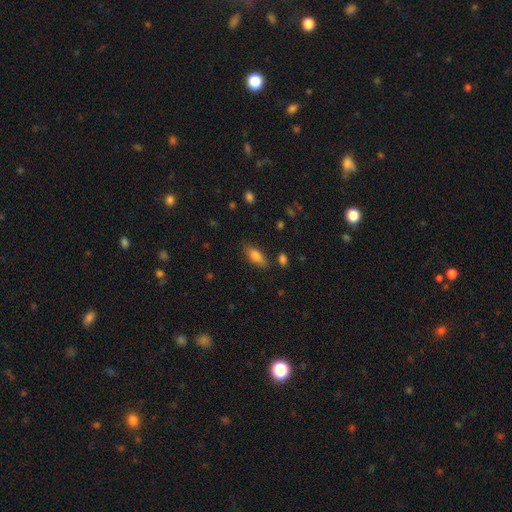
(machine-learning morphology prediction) Smooth or featured? smooth (81%)
How rounded? in between (80%)
Merging? none (80%)